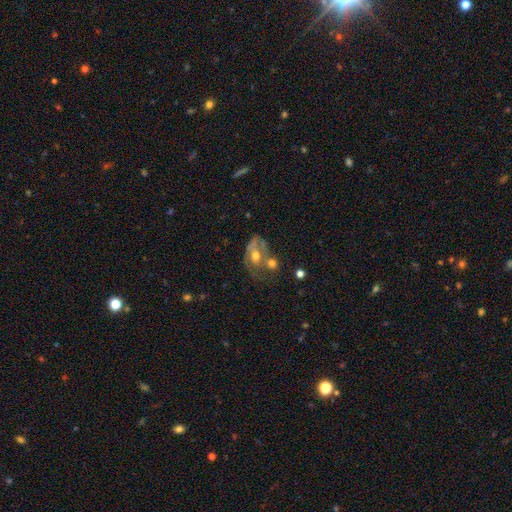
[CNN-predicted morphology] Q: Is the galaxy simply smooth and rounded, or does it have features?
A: featured or disk — 62%.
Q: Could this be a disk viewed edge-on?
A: no — 95%.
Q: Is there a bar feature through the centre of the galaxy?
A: no — 76%.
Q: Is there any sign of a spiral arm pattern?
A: yes — 56%.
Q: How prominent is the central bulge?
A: moderate — 66%.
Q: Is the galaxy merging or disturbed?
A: merger — 39%.